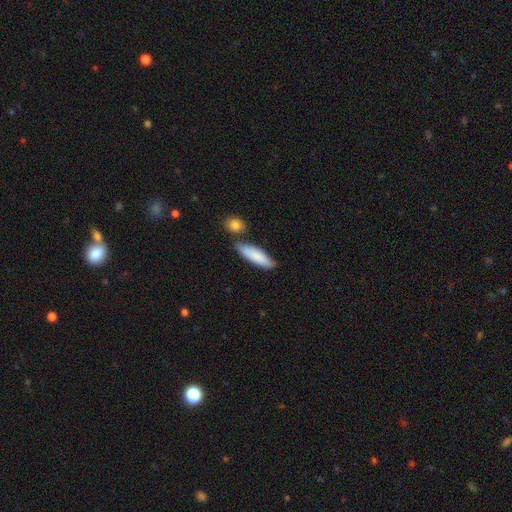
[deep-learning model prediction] Morphology: type=smooth (83%); roundness=cigar-shaped (55%); merging=none (70%).